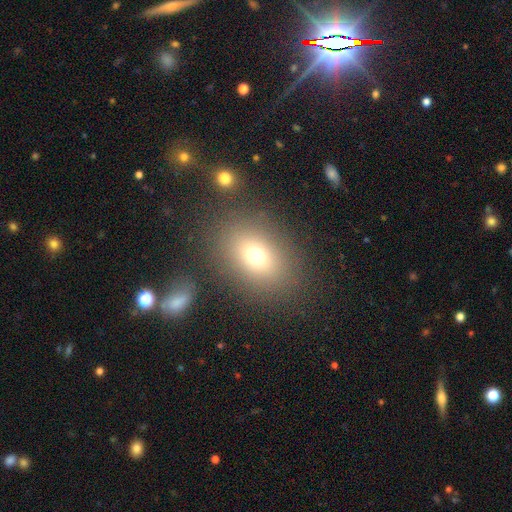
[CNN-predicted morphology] A smooth galaxy with no disk features (71%) that is in between round and cigar-shaped (61%).

Vote fractions:
- Smooth or featured? smooth: 71% / star or artifact: 15% / featured or disk: 13%
- How rounded? in between: 61% / round: 38% / cigar-shaped: 1%
- Merging? none: 81% / minor disturbance: 9% / merger: 5% / major disturbance: 5%